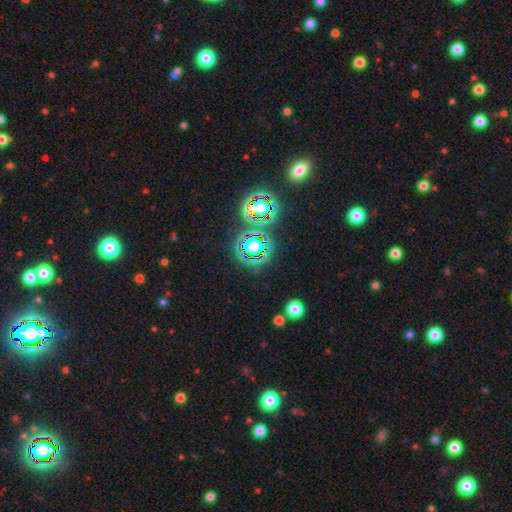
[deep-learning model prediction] Smooth or featured? Predicted: star or artifact (p=0.79).